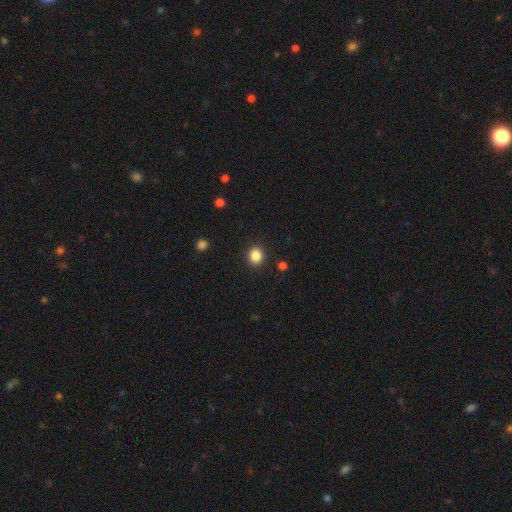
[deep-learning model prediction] A smooth galaxy with no disk features (86%) that is round (85%).

Vote fractions:
- Smooth or featured? smooth: 86% / star or artifact: 11% / featured or disk: 4%
- How rounded? round: 85% / in between: 14% / cigar-shaped: 1%
- Merging? none: 90% / minor disturbance: 6% / major disturbance: 2% / merger: 1%